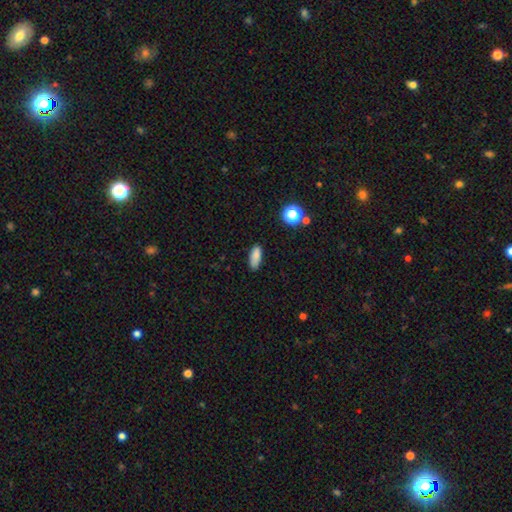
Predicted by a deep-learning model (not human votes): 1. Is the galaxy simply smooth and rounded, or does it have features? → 84% smooth, 10% star or artifact, 6% featured or disk.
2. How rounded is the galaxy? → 78% in between, 19% cigar-shaped, 3% round.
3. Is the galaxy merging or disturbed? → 83% none, 13% minor disturbance, 2% major disturbance, 2% merger.